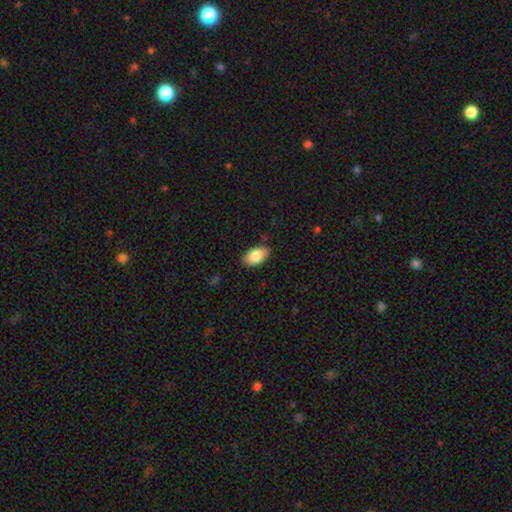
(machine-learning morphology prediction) This is clearly a smooth galaxy (85%). How rounded: clearly in between (94%). Merging: clearly none (85%).